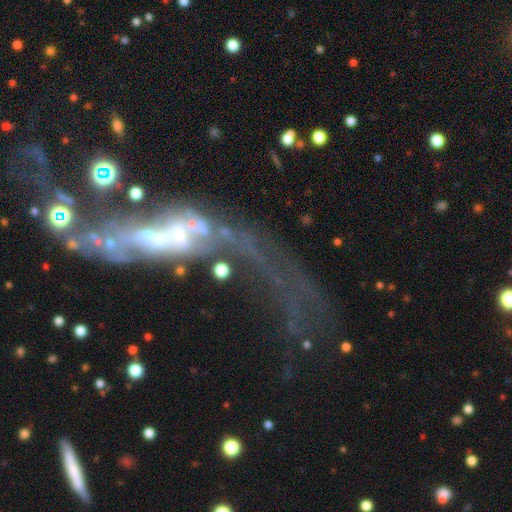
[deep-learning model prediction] This appears to be a featured or disk galaxy (68%) with no bar (59%), no spiral arms (67%) and no central bulge (37%). Merging: major disturbance (44%).